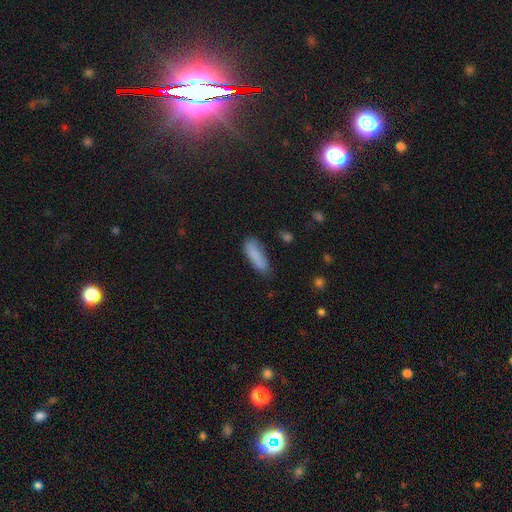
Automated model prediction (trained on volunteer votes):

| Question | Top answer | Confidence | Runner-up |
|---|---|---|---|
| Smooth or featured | smooth | 85% | featured or disk (8%) |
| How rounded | cigar-shaped | 51% | in between (47%) |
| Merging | none | 65% | minor disturbance (26%) |